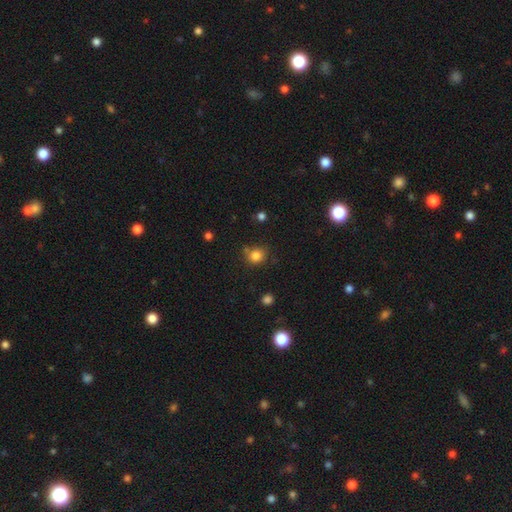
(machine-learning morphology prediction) Smooth or featured: smooth — 82% (star or artifact — 13%)
How rounded: round — 82% (in between — 17%)
Merging: none — 69% (minor disturbance — 17%)